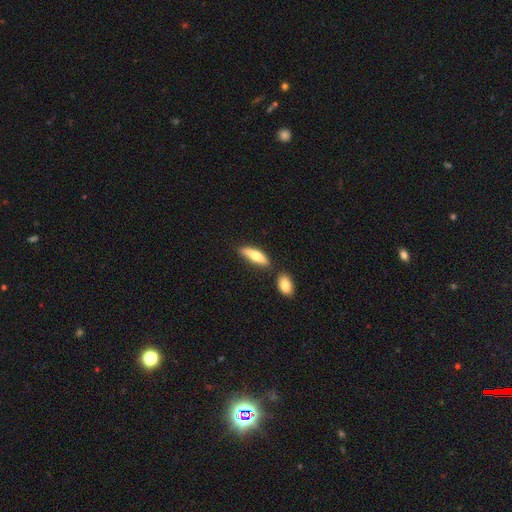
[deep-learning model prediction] smooth 63%, featured or disk 31%, star or artifact 6%. Down the decision tree: how rounded — cigar-shaped (58%); merging — none (70%).